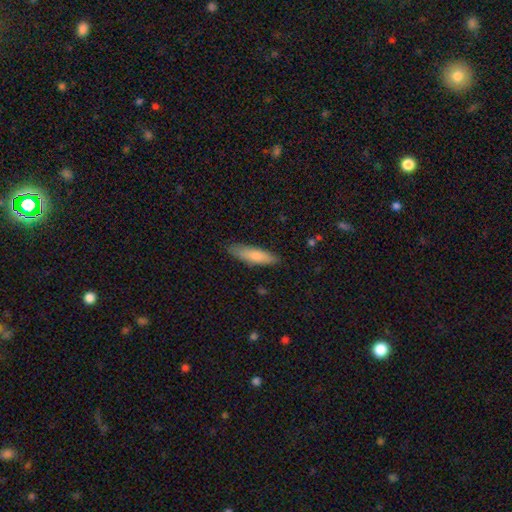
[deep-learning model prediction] Morphology: type=smooth (78%); roundness=cigar-shaped (64%); merging=none (83%).